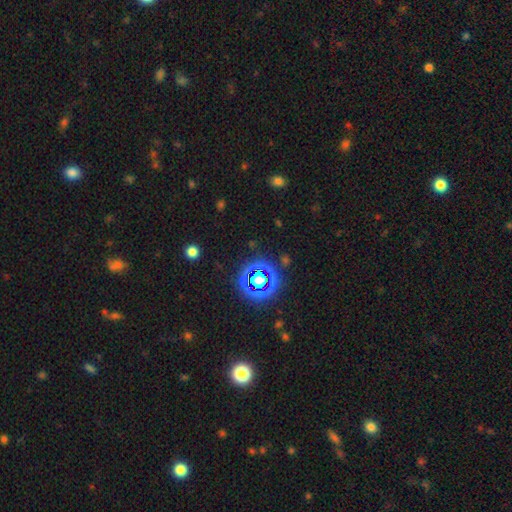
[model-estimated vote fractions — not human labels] The model was most divided on "smooth or featured": star or artifact: 73%, smooth: 20%, featured or disk: 7%.